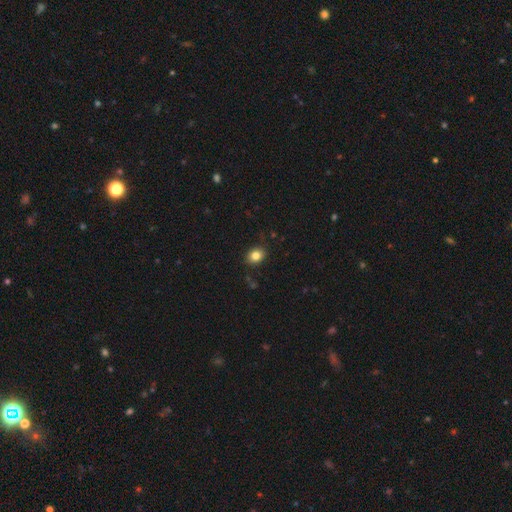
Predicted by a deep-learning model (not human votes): This is clearly a smooth galaxy (83%). How rounded: possibly round (50%). Merging: clearly none (87%).